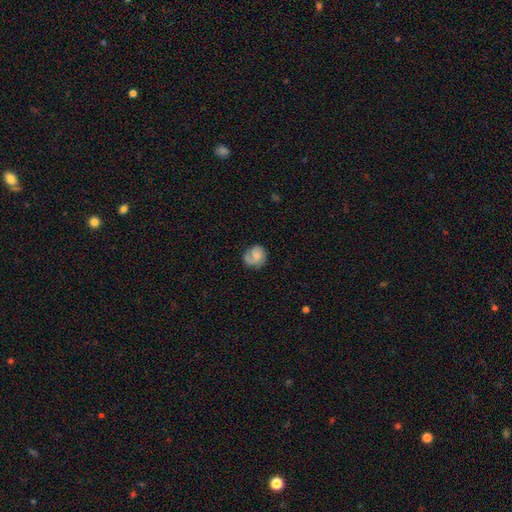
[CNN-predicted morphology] smooth 53%, featured or disk 40%, star or artifact 8%. Down the decision tree: how rounded — round (76%); merging — none (65%).